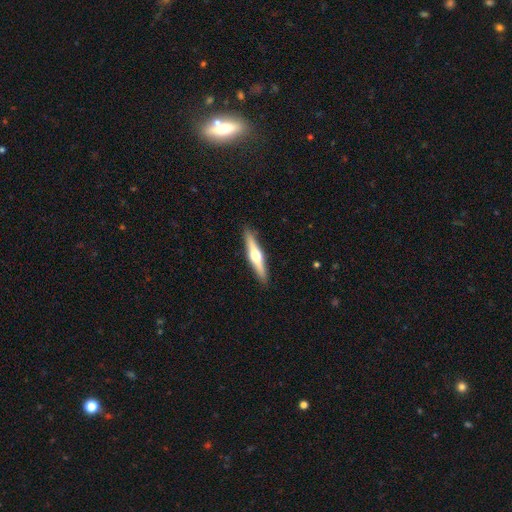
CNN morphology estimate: Smooth or featured? featured or disk (65%)
Edge-on disk? yes (97%)
Edge-on bulge? rounded (94%)
Merging? none (91%)